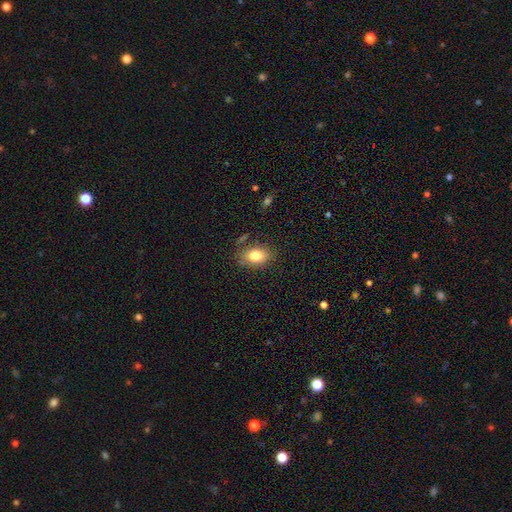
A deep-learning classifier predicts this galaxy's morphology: Smooth or featured: smooth — 81% (featured or disk — 10%)
How rounded: in between — 79% (round — 19%)
Merging: none — 78% (minor disturbance — 14%)